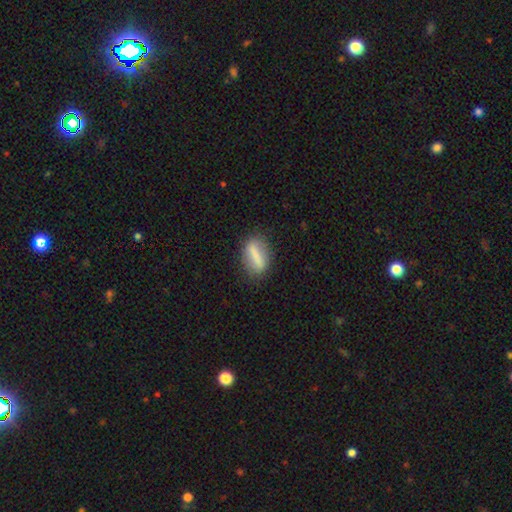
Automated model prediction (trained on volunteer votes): Smooth or featured?
  - smooth: 66% *
  - featured or disk: 25%
  - star or artifact: 8%
How rounded?
  - in between: 58% *
  - cigar-shaped: 32%
  - round: 9%
Merging?
  - none: 80% *
  - minor disturbance: 13%
  - major disturbance: 5%
  - merger: 2%